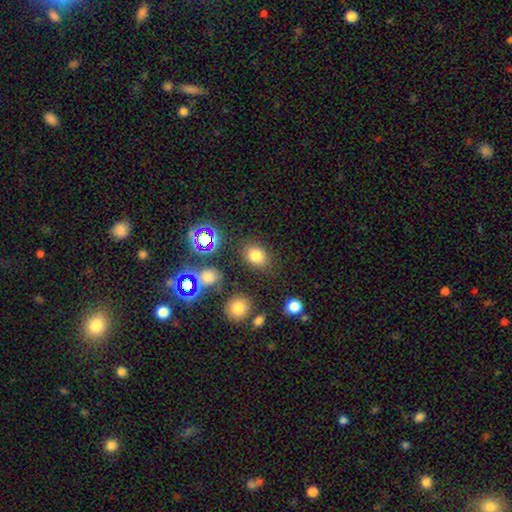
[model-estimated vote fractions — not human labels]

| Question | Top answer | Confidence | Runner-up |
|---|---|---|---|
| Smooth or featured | smooth | 76% | star or artifact (17%) |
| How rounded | in between | 62% | round (36%) |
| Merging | none | 79% | minor disturbance (12%) |